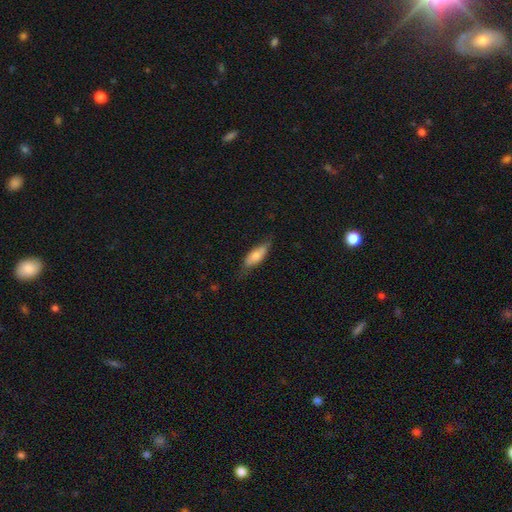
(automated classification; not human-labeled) A smooth galaxy with no disk features (70%) that is in between round and cigar-shaped (66%). Merging: none (66%).